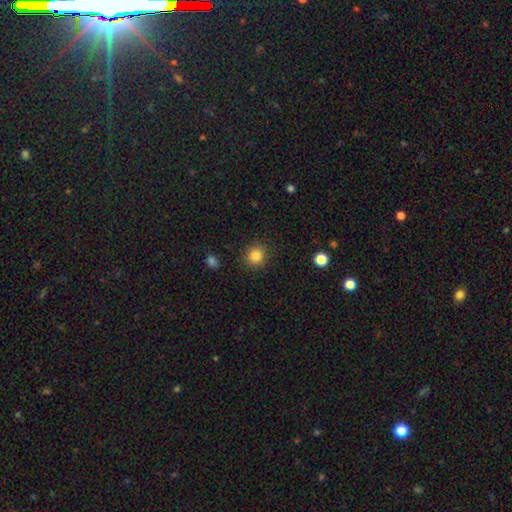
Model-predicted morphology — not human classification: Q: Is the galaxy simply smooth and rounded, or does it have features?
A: smooth — 85%.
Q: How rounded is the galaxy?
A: round — 90%.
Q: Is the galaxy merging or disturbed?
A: none — 89%.